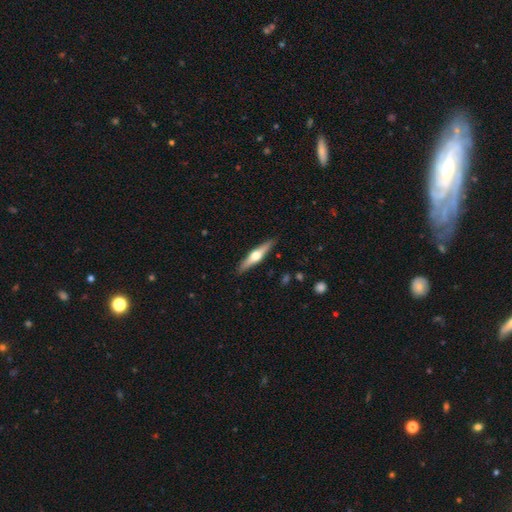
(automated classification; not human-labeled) Smooth or featured? featured or disk (61%)
Edge-on disk? yes (96%)
Edge-on bulge? rounded (94%)
Merging? none (90%)